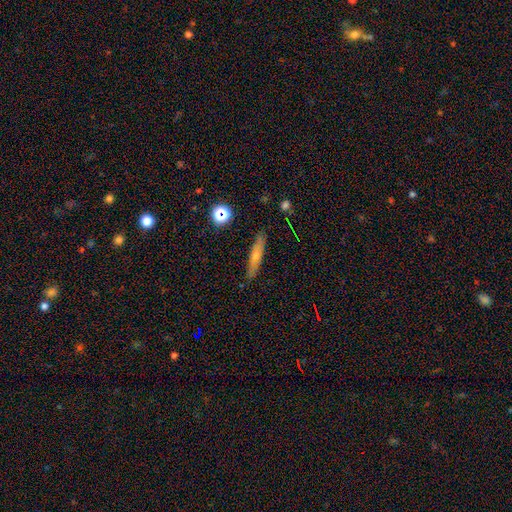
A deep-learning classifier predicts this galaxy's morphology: smooth 46%, featured or disk 44%, star or artifact 10%. Down the decision tree: merging — none (87%).